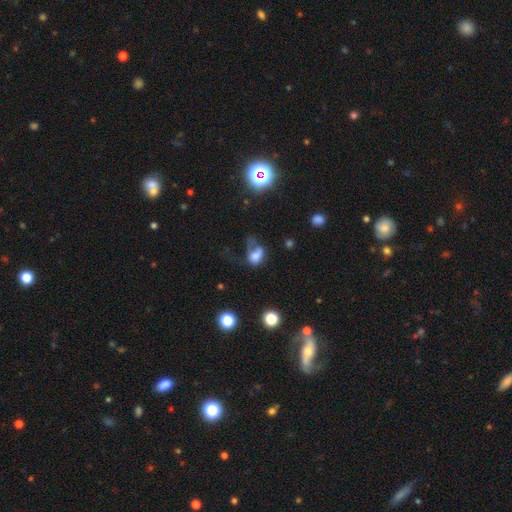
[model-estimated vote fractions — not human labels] A smooth galaxy with no disk features (63%) that is in between round and cigar-shaped (72%). Merging: major disturbance (47%).